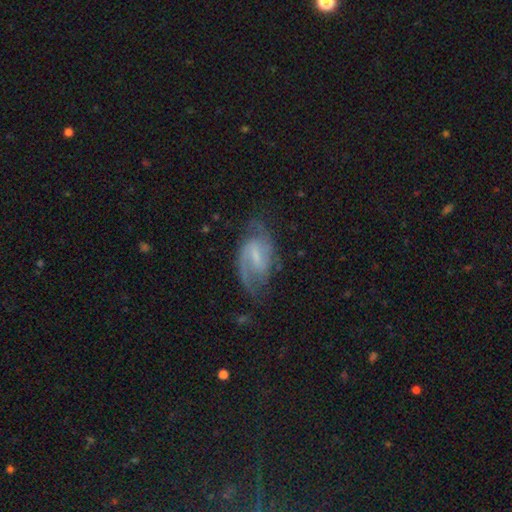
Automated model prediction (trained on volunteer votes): Q: Smooth or featured?
A: featured or disk (83%); runner-up: smooth (11%)
Q: Edge-on disk?
A: no (97%); runner-up: yes (3%)
Q: Bar?
A: weak (56%); runner-up: strong (27%)
Q: Spiral arms?
A: yes (95%); runner-up: no (5%)
Q: Spiral winding?
A: medium (53%); runner-up: tight (26%)
Q: Spiral arm count?
A: 2 (82%); runner-up: can't tell (7%)
Q: Bulge size?
A: small (50%); runner-up: none (23%)
Q: Merging?
A: none (68%); runner-up: minor disturbance (20%)